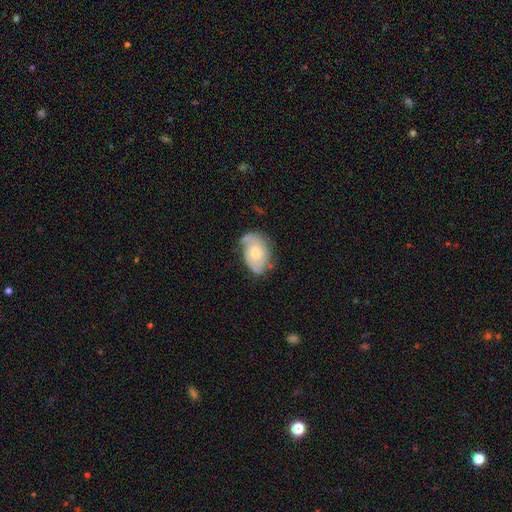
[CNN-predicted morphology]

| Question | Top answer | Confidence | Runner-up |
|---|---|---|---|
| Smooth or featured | featured or disk | 66% | smooth (28%) |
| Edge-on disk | no | 96% | yes (4%) |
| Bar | no | 68% | weak (28%) |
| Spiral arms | yes | 84% | no (16%) |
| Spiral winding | tight | 49% | medium (36%) |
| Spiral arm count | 2 | 53% | can't tell (25%) |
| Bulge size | moderate | 57% | small (37%) |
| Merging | none | 56% | minor disturbance (29%) |